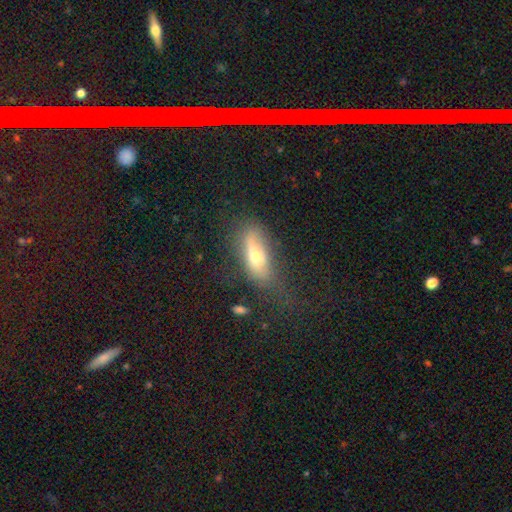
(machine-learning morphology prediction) Q: Smooth or featured?
A: smooth (54%); runner-up: featured or disk (37%)
Q: How rounded?
A: in between (62%); runner-up: cigar-shaped (34%)
Q: Merging?
A: none (52%); runner-up: minor disturbance (27%)